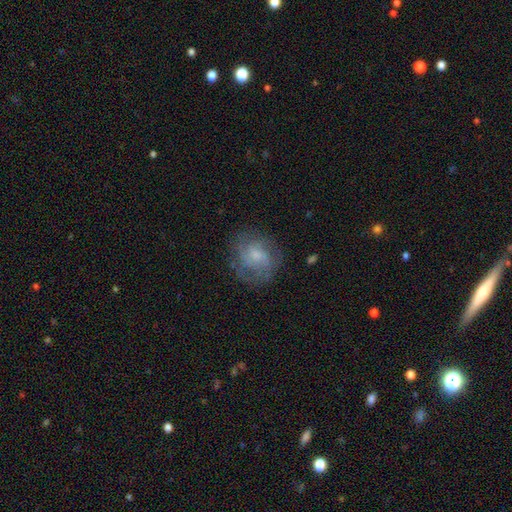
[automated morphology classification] Smooth or featured? featured or disk (53%)
Edge-on disk? no (97%)
Bar? no (60%)
Spiral arms? yes (73%)
Bulge size? small (41%)
Merging? none (68%)